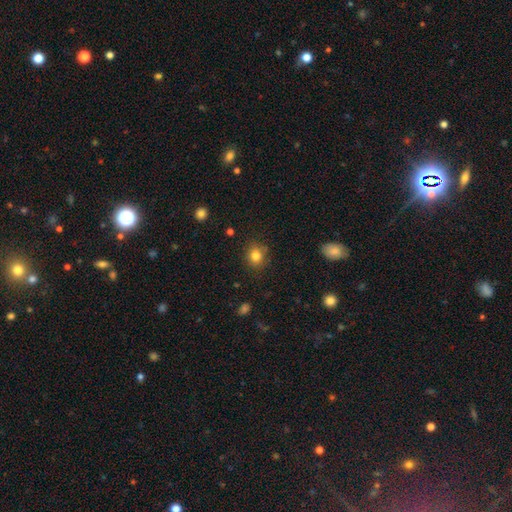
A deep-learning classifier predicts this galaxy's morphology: Smooth or featured? Predicted: smooth (p=0.81). How rounded? Predicted: round (p=0.77). Merging? Predicted: none (p=0.83).